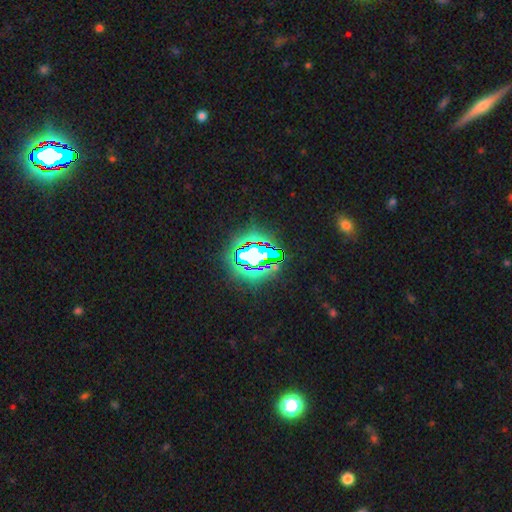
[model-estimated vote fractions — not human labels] This appears to be a star or artifact, not a galaxy (73%).